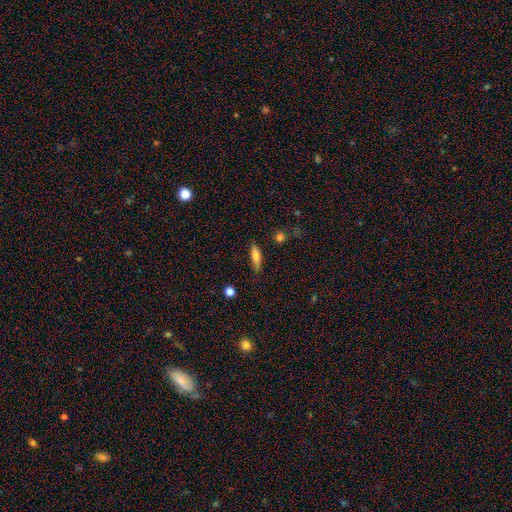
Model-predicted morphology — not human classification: Q: Smooth or featured?
A: smooth (79%); runner-up: featured or disk (14%)
Q: How rounded?
A: cigar-shaped (54%); runner-up: in between (43%)
Q: Merging?
A: none (77%); runner-up: minor disturbance (17%)